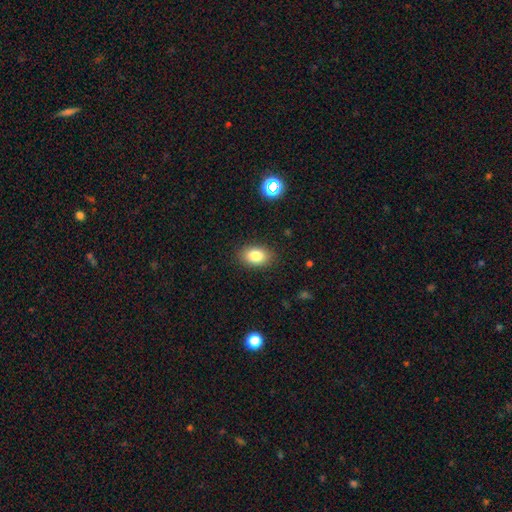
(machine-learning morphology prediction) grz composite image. It shows a smooth galaxy with no disk features (83%) that is in between round and cigar-shaped (86%). Merging: none (87%).